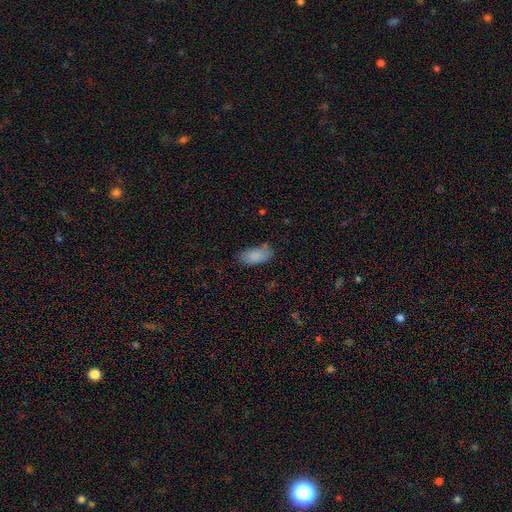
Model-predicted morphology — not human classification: Smooth or featured? smooth (87%)
How rounded? in between (92%)
Merging? none (73%)